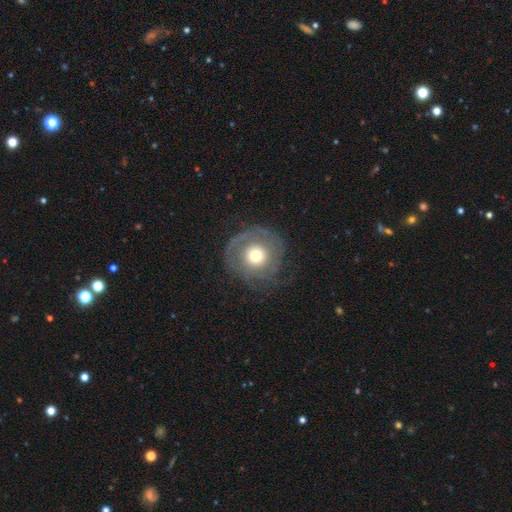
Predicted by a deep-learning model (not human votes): featured or disk 49%, smooth 43%, star or artifact 8%. Down the decision tree: merging — none (68%).